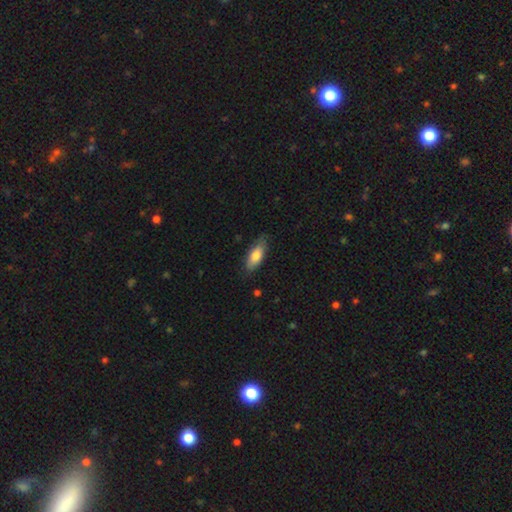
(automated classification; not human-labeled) Smooth or featured: smooth — 77% (featured or disk — 17%)
How rounded: in between — 74% (cigar-shaped — 24%)
Merging: none — 75% (minor disturbance — 20%)